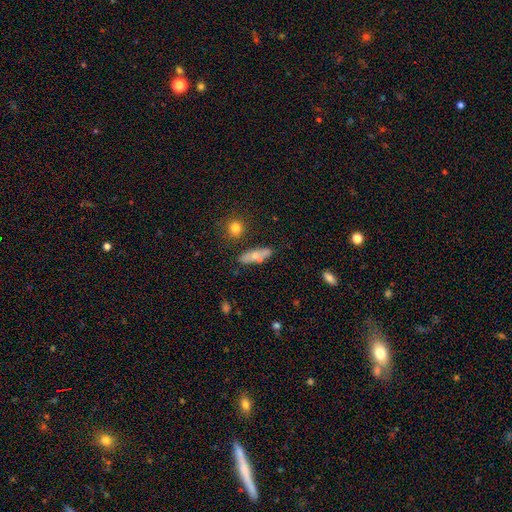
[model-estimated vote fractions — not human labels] Q: Smooth or featured?
A: smooth (62%); runner-up: featured or disk (30%)
Q: How rounded?
A: in between (55%); runner-up: cigar-shaped (40%)
Q: Merging?
A: none (64%); runner-up: merger (16%)